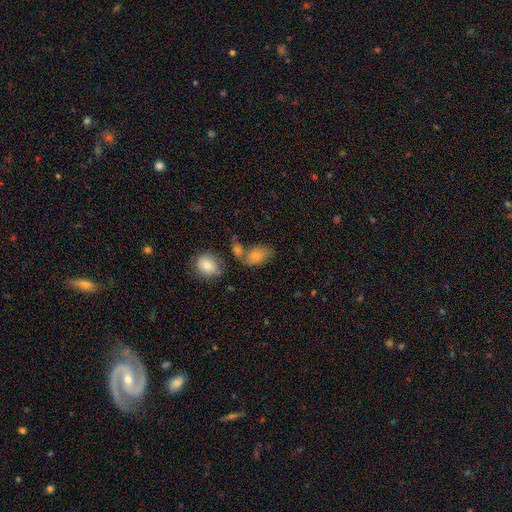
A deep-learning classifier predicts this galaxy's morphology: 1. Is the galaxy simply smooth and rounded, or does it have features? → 74% smooth, 16% featured or disk, 9% star or artifact.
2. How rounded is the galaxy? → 85% in between, 13% round, 2% cigar-shaped.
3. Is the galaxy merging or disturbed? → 45% none, 30% merger, 17% minor disturbance, 8% major disturbance.